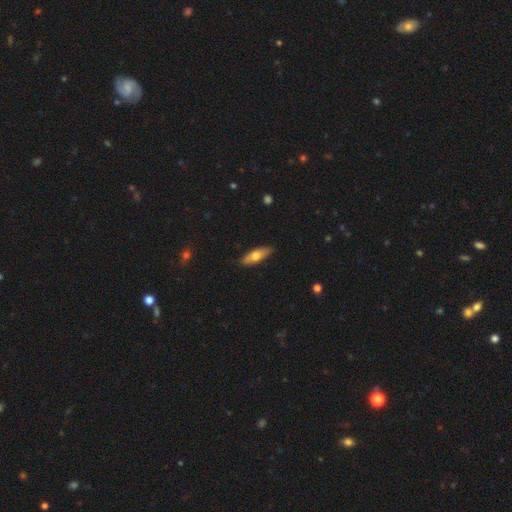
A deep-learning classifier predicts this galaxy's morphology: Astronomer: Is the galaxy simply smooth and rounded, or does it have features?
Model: smooth — 61%.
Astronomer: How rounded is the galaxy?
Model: in between — 56% (runner-up: cigar-shaped, 42%).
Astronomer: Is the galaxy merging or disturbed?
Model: none — 87%.